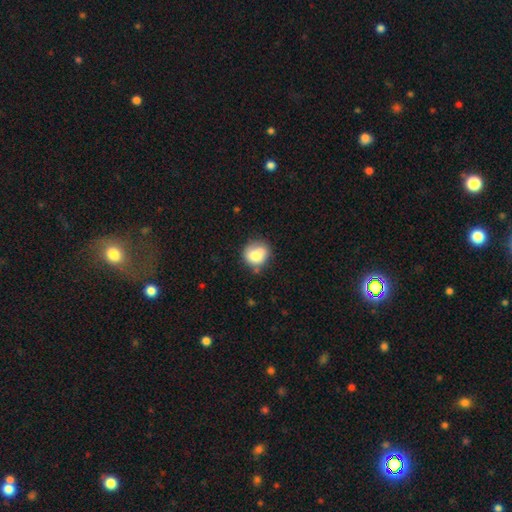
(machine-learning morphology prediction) This appears to be a smooth galaxy with no disk features (81%) that is round (77%). Merging: none (64%).